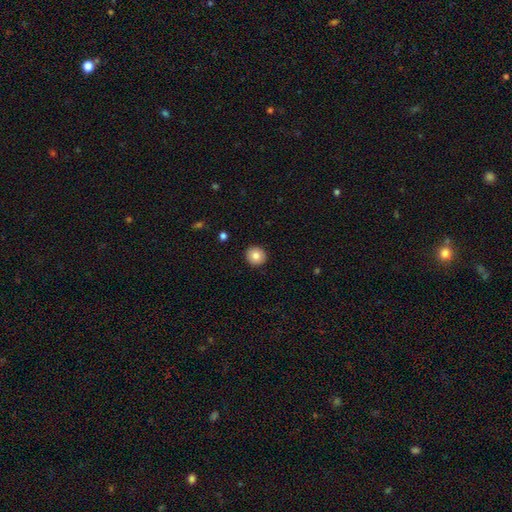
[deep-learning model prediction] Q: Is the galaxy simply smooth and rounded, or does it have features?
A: smooth — 83%.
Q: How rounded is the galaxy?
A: round — 92%.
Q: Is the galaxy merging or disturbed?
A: none — 92%.